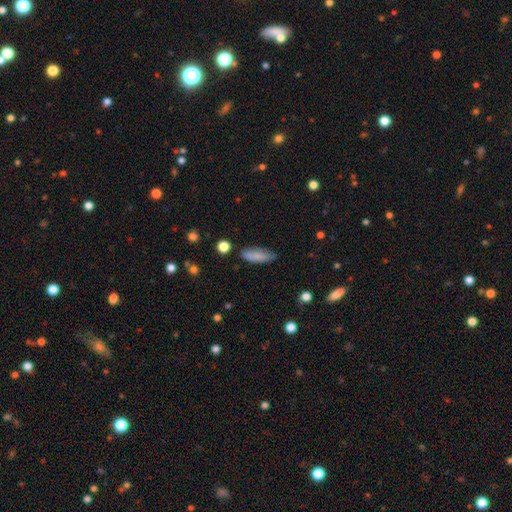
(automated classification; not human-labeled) A smooth galaxy with no disk features (83%) that is in between round and cigar-shaped (54%). Merging: none (72%).